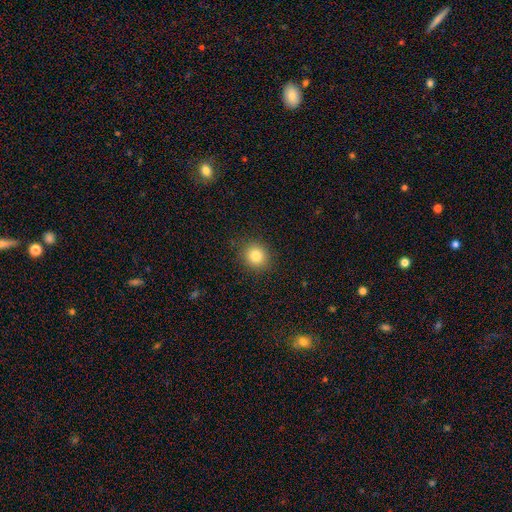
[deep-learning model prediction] Q: Smooth or featured?
A: smooth (83%); runner-up: star or artifact (11%)
Q: How rounded?
A: round (84%); runner-up: in between (15%)
Q: Merging?
A: none (89%); runner-up: minor disturbance (7%)